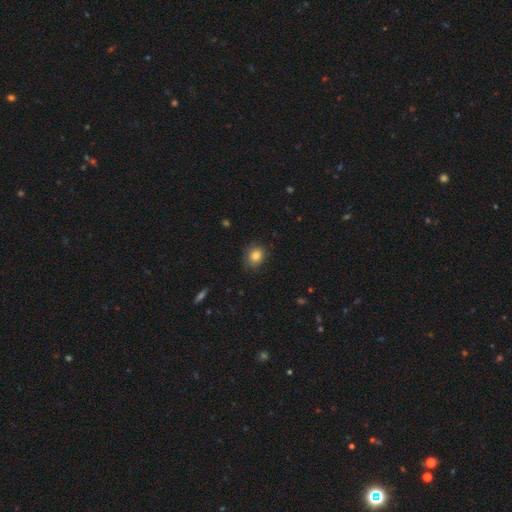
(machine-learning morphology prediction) smooth_or_featured: smooth (p=0.83) [alt: star or artifact p=0.09]
how_rounded: round (p=0.68) [alt: in between p=0.31]
merging: none (p=0.77) [alt: minor disturbance p=0.18]